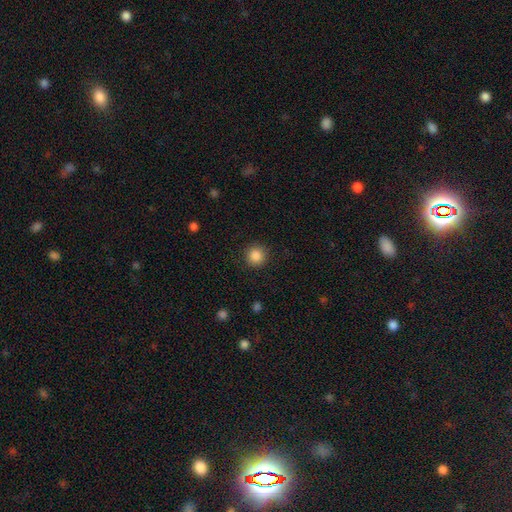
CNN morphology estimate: Smooth or featured?
  - smooth: 87% *
  - star or artifact: 10%
  - featured or disk: 3%
How rounded?
  - round: 94% *
  - in between: 5%
  - cigar-shaped: 1%
Merging?
  - none: 90% *
  - minor disturbance: 6%
  - major disturbance: 2%
  - merger: 1%